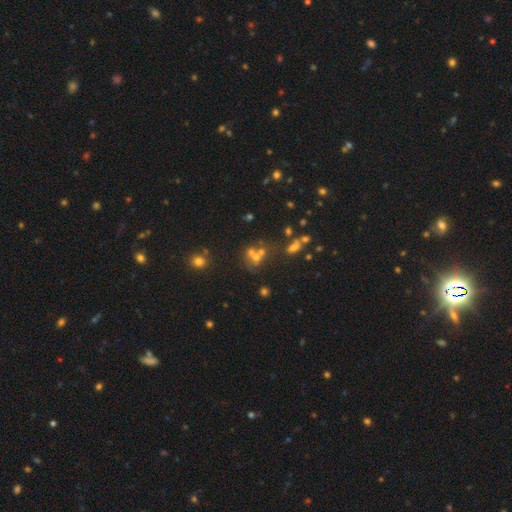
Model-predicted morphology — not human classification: Smooth or featured?
  - smooth: 49% *
  - star or artifact: 28%
  - featured or disk: 23%
Merging?
  - merger: 46% *
  - none: 38%
  - minor disturbance: 10%
  - major disturbance: 6%